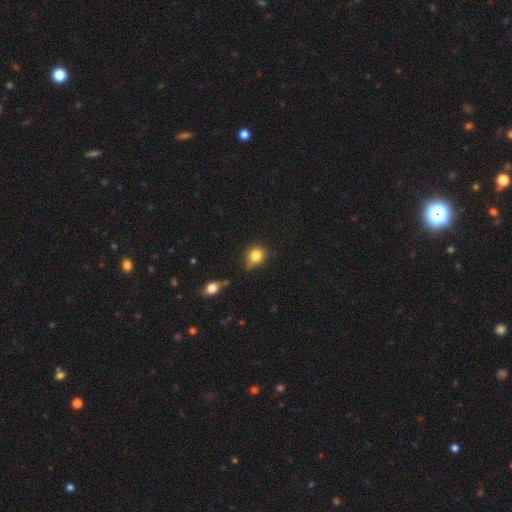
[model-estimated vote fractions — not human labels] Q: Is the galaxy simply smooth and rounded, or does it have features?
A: smooth — 81%.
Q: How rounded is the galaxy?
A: round — 74%.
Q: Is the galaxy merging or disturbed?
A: none — 54%.